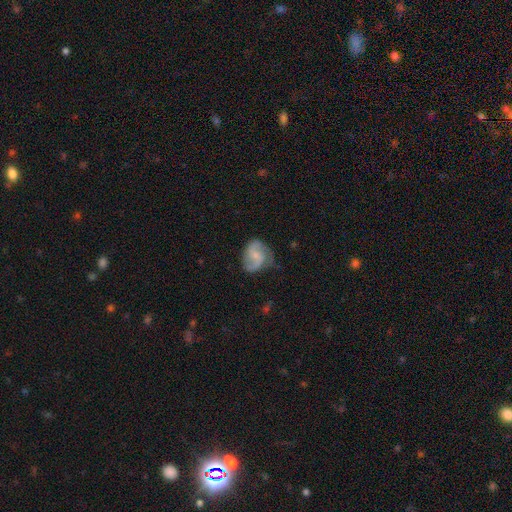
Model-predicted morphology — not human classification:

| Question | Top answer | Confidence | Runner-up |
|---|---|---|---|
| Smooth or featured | featured or disk | 74% | smooth (20%) |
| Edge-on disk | no | 98% | yes (2%) |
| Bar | no | 49% | weak (42%) |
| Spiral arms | yes | 94% | no (6%) |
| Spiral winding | medium | 48% | loose (33%) |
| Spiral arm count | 2 | 86% | can't tell (6%) |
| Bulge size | small | 55% | moderate (27%) |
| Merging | none | 65% | minor disturbance (24%) |